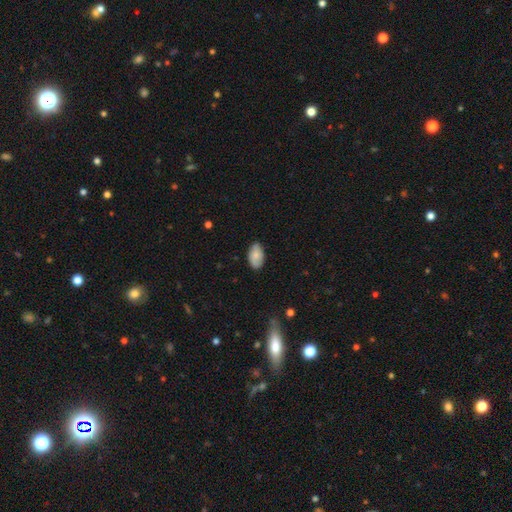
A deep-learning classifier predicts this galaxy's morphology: smooth_or_featured: smooth (p=0.78) [alt: featured or disk p=0.16]
how_rounded: in between (p=0.94) [alt: round p=0.04]
merging: none (p=0.80) [alt: minor disturbance p=0.16]